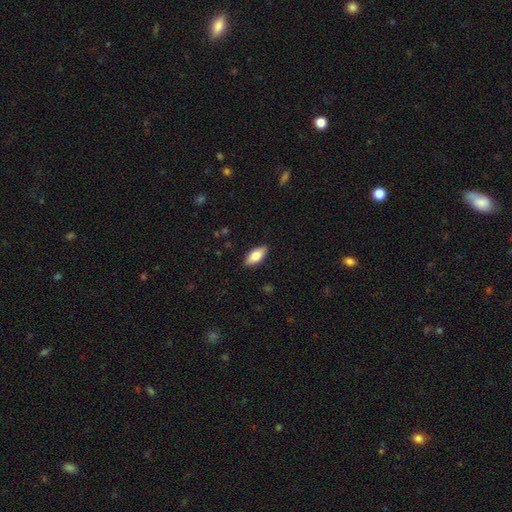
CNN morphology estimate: This appears to be a smooth galaxy with no disk features (80%) that is in between round and cigar-shaped (87%). Merging: none (88%).